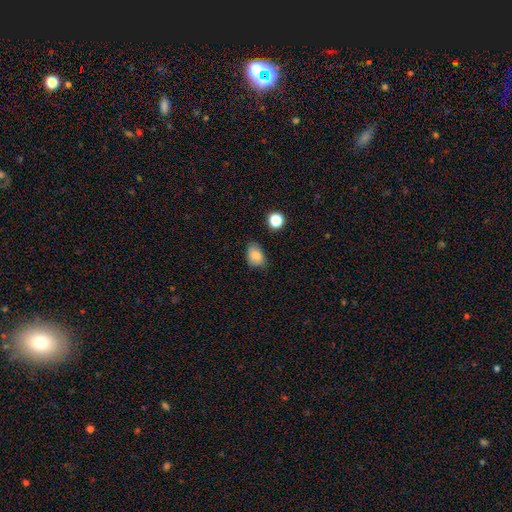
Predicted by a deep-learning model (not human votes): This appears to be a smooth galaxy with no disk features (83%) that is in between round and cigar-shaped (76%). Merging: none (70%).